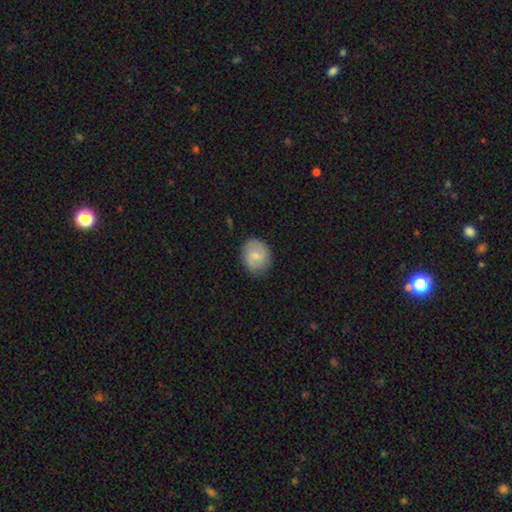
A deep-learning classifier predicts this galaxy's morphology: Smooth or featured? smooth (59%)
How rounded? round (63%)
Merging? none (83%)